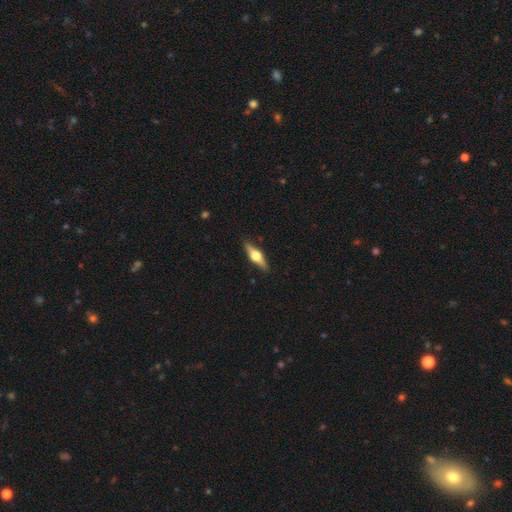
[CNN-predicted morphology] This is likely a featured or disk galaxy (67%). It is clearly viewed edge-on (96%). Edge-on bulge: clearly rounded (95%). Merging: clearly none (89%).